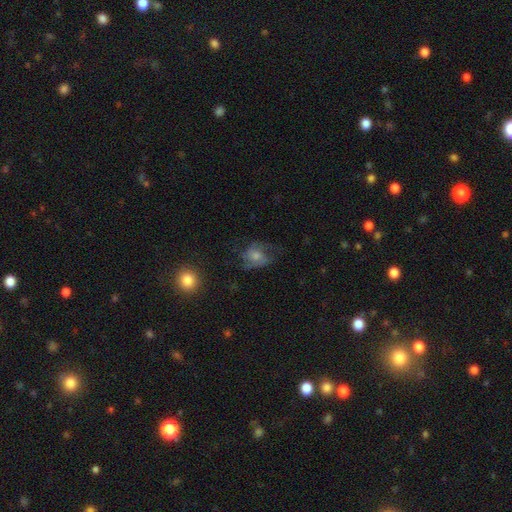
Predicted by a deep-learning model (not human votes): smooth-or-featured: featured or disk: 54% | smooth: 33% | star or artifact: 13%
  disk-edge-on: no: 96% | yes: 4%
    bar: no: 72% | weak: 24% | strong: 4%
    has-spiral-arms: yes: 77% | no: 23%
    bulge-size: moderate: 50% | small: 33% | large: 9% | none: 7% | dominant: 2%
  merging: none: 52% | major disturbance: 24% | minor disturbance: 22% | merger: 2%